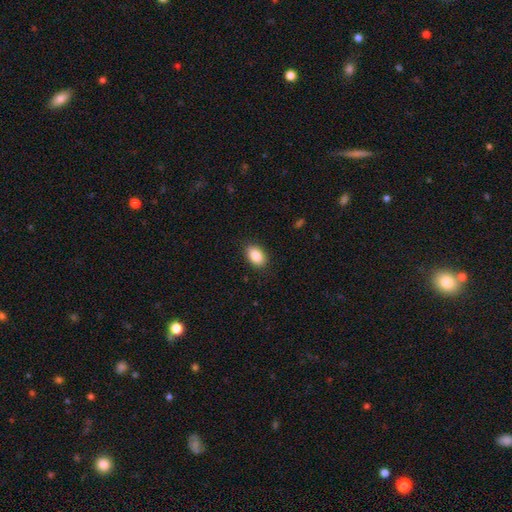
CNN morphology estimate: The model was most divided on "merging": none: 88%, minor disturbance: 9%, major disturbance: 2%, merger: 1%. More confident: how rounded — in between (89%); smooth or featured — smooth (88%).